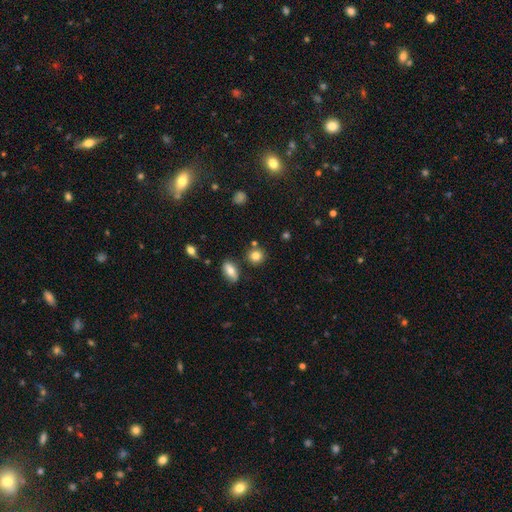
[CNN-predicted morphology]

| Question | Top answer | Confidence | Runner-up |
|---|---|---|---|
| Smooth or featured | smooth | 82% | star or artifact (11%) |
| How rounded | round | 86% | in between (12%) |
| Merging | none | 81% | minor disturbance (9%) |